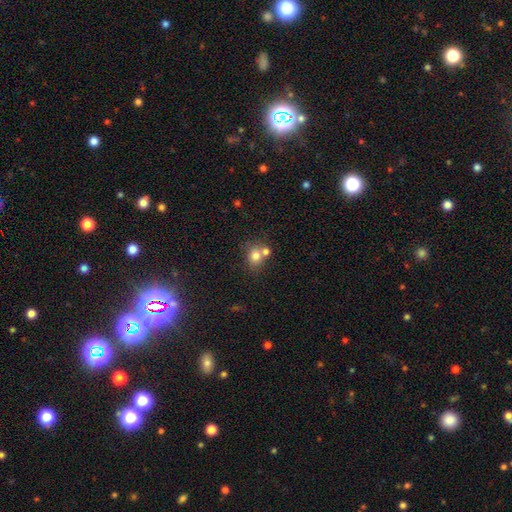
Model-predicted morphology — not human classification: A smooth galaxy with no disk features (77%) that is round (73%).

Vote fractions:
- Smooth or featured? smooth: 77% / star or artifact: 12% / featured or disk: 11%
- How rounded? round: 73% / in between: 26% / cigar-shaped: 1%
- Merging? none: 48% / merger: 39% / minor disturbance: 9% / major disturbance: 4%